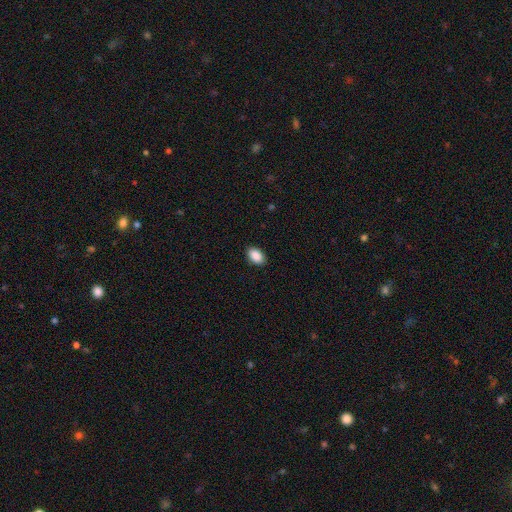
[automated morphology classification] Smooth or featured: smooth — 90% (star or artifact — 7%)
How rounded: in between — 91% (round — 7%)
Merging: none — 90% (minor disturbance — 8%)